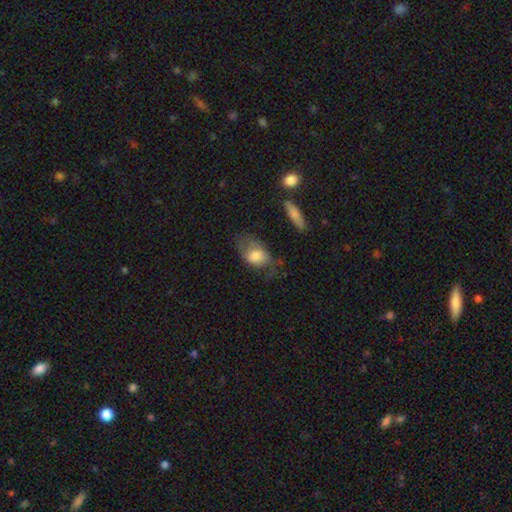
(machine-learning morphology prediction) Smooth or featured? Predicted: smooth (p=0.66). How rounded? Predicted: in between (p=0.83). Merging? Predicted: none (p=0.35).